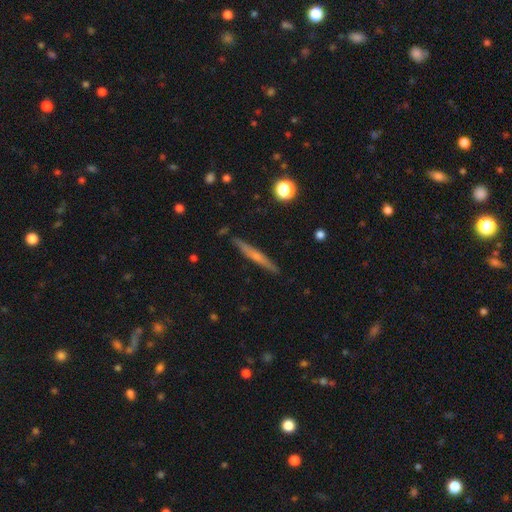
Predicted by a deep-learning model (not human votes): Smooth or featured? Predicted: featured or disk (p=0.52). Edge-on disk? Predicted: yes (p=0.96). Merging? Predicted: none (p=0.88).